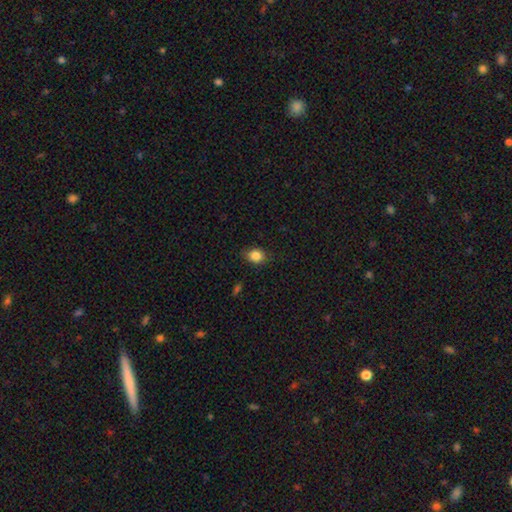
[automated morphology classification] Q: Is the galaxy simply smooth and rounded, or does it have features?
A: smooth — 85%.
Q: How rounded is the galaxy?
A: in between — 51%.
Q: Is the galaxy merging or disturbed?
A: none — 80%.